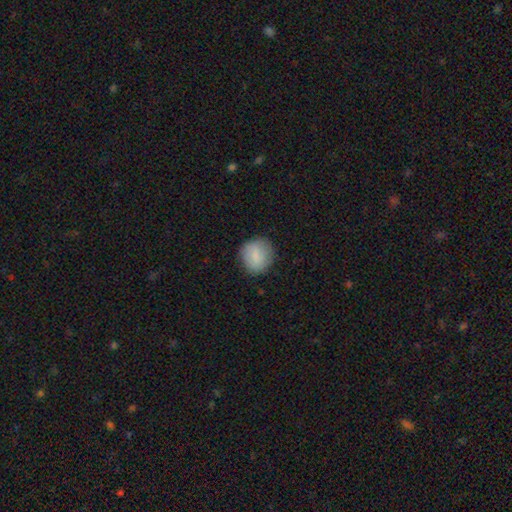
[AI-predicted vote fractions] Smooth or featured?
  - smooth: 82% *
  - featured or disk: 11%
  - star or artifact: 7%
How rounded?
  - round: 80% *
  - in between: 19%
  - cigar-shaped: 1%
Merging?
  - none: 81% *
  - minor disturbance: 14%
  - major disturbance: 4%
  - merger: 1%